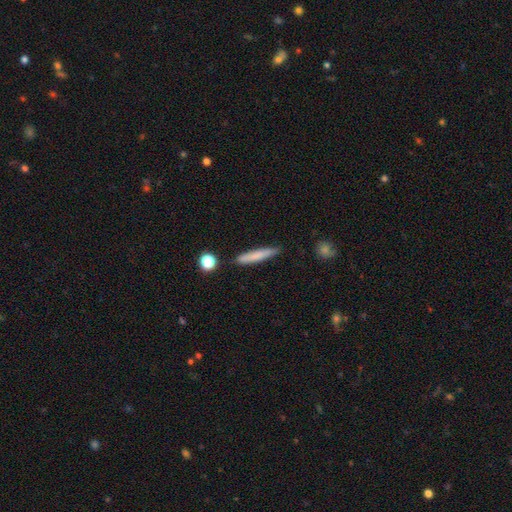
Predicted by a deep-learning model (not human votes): A smooth galaxy with no disk features (74%) that is cigar-shaped (94%).

Vote fractions:
- Smooth or featured? smooth: 74% / featured or disk: 19% / star or artifact: 7%
- How rounded? cigar-shaped: 94% / in between: 5% / round: 2%
- Merging? none: 87% / minor disturbance: 9% / merger: 2% / major disturbance: 2%